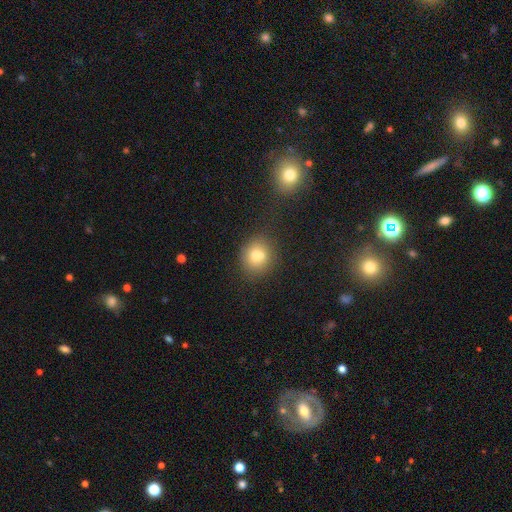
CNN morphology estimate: The model was most divided on "merging": none: 59%, merger: 24%, minor disturbance: 13%, major disturbance: 4%. More confident: how rounded — round (75%); smooth or featured — smooth (74%).